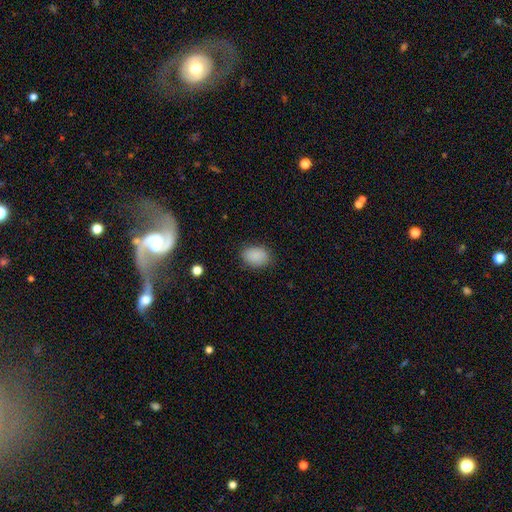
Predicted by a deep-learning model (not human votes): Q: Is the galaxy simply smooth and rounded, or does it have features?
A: smooth — 88%.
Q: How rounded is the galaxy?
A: in between — 78%.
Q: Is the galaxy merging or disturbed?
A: none — 83%.